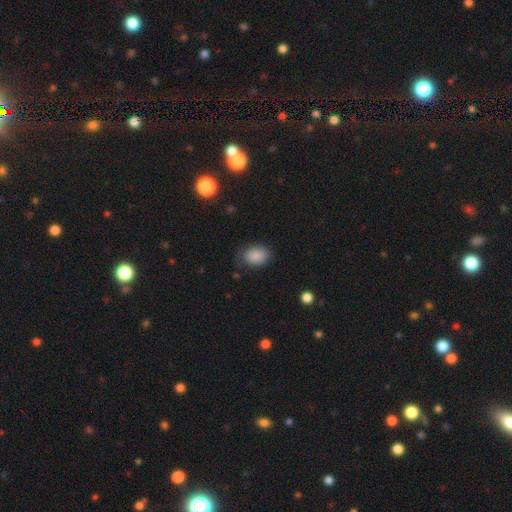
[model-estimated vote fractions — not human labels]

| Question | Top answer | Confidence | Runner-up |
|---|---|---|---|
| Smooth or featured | smooth | 86% | star or artifact (8%) |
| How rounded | in between | 74% | round (25%) |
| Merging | none | 73% | minor disturbance (20%) |